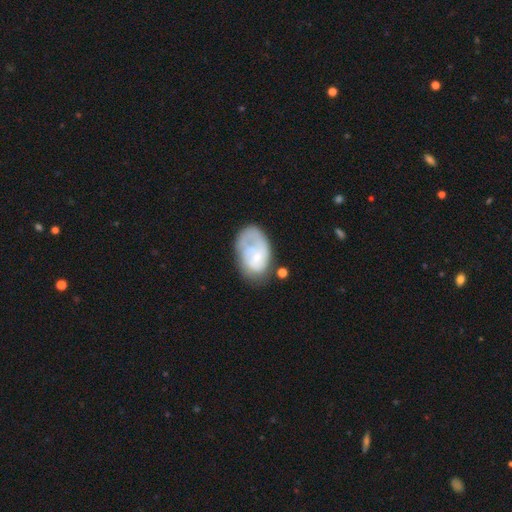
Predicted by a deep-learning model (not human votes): Morphology: type=featured or disk (54%); edge-on=no (96%); bar=no (69%); spiral arms=yes (66%); bulge=small (55%); merging=none (45%).